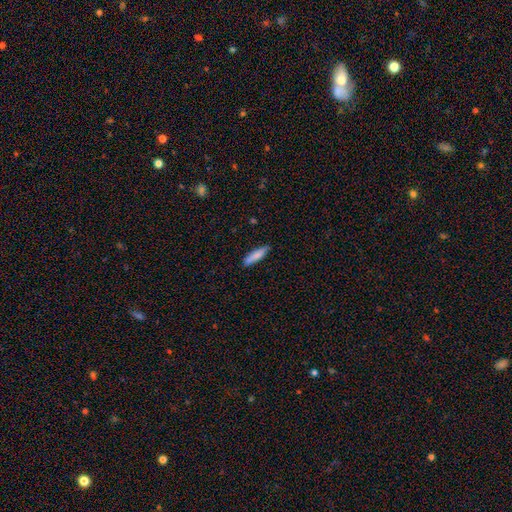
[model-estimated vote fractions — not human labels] Q: Smooth or featured?
A: smooth (82%); runner-up: featured or disk (12%)
Q: How rounded?
A: cigar-shaped (76%); runner-up: in between (23%)
Q: Merging?
A: none (85%); runner-up: minor disturbance (11%)